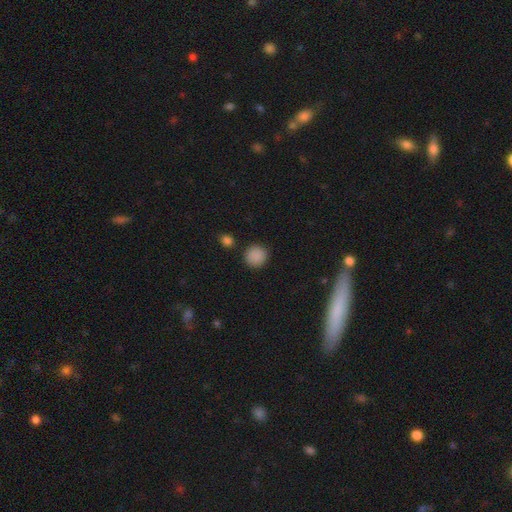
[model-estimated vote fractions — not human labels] This is clearly a smooth galaxy (87%). How rounded: clearly round (92%). Merging: clearly none (89%).